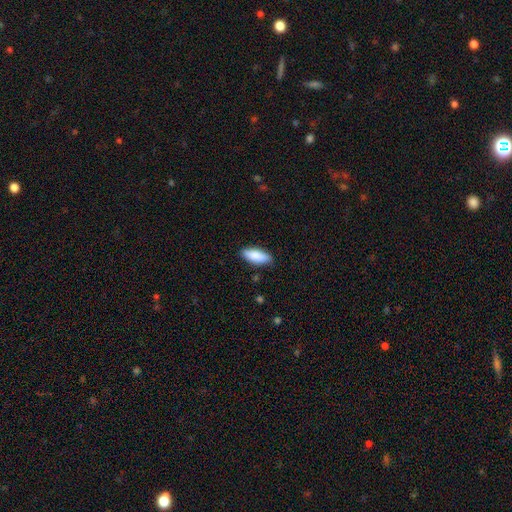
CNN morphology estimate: Smooth or featured? Predicted: smooth (p=0.86). How rounded? Predicted: in between (p=0.73). Merging? Predicted: none (p=0.86).